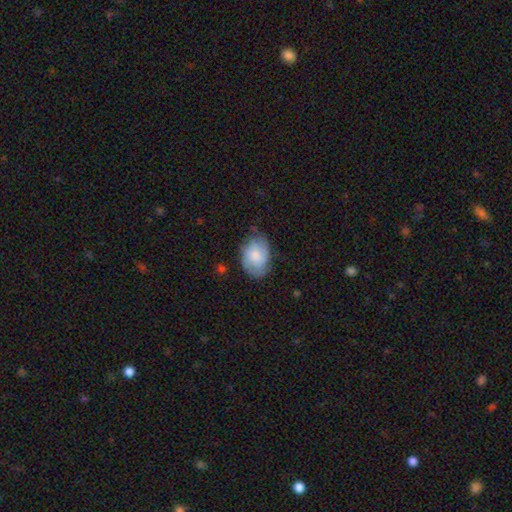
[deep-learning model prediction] Smooth or featured? smooth (60%)
How rounded? in between (82%)
Merging? none (63%)